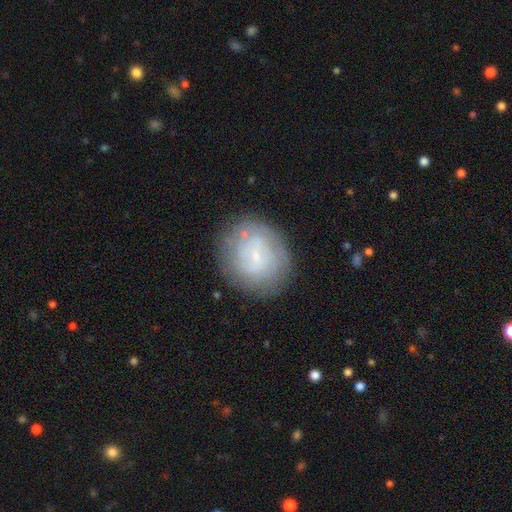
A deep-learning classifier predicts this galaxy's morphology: smooth-or-featured: featured or disk: 50% | smooth: 41% | star or artifact: 9%
  disk-edge-on: no: 97% | yes: 3%
  merging: none: 76% | minor disturbance: 15% | major disturbance: 7% | merger: 2%